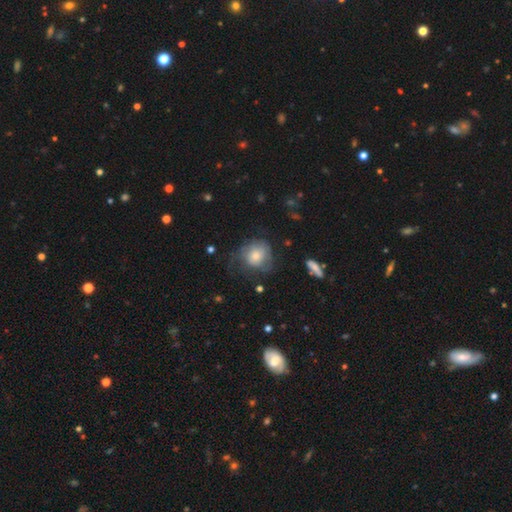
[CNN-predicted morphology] Q: Smooth or featured?
A: smooth (60%); runner-up: featured or disk (32%)
Q: How rounded?
A: round (75%); runner-up: in between (24%)
Q: Merging?
A: none (45%); runner-up: major disturbance (27%)